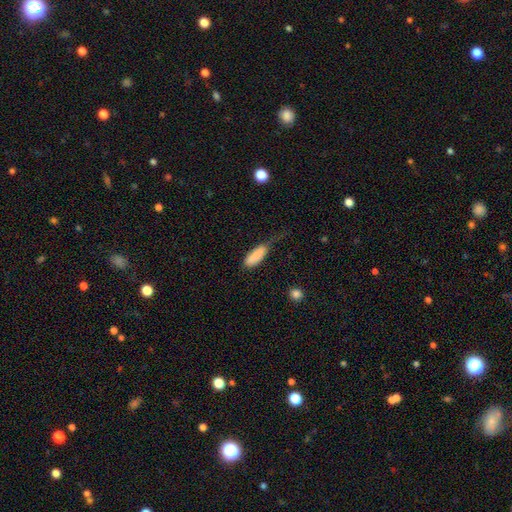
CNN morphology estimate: A smooth galaxy with no disk features (86%) that is in between round and cigar-shaped (68%). Merging: minor disturbance (38%).